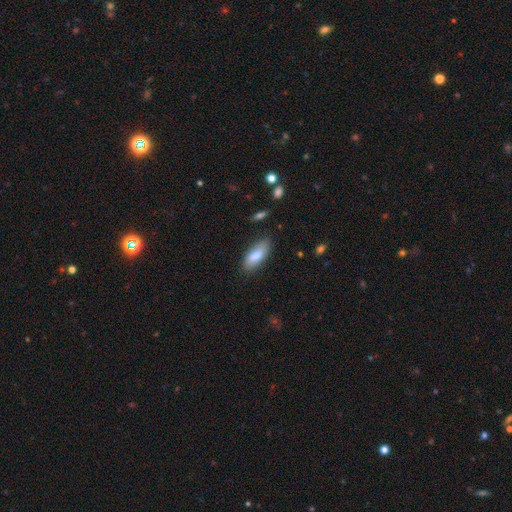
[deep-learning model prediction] Smooth or featured? Predicted: smooth (p=0.83). How rounded? Predicted: in between (p=0.80). Merging? Predicted: none (p=0.81).